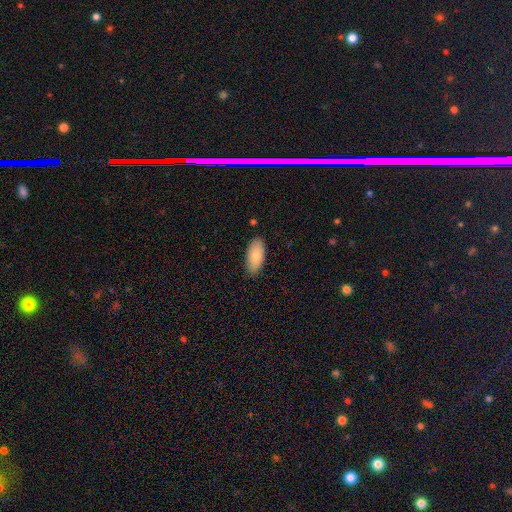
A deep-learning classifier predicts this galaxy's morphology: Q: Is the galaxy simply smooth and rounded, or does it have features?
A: smooth — 85%.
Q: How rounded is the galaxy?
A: in between — 92%.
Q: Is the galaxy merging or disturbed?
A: none — 86%.